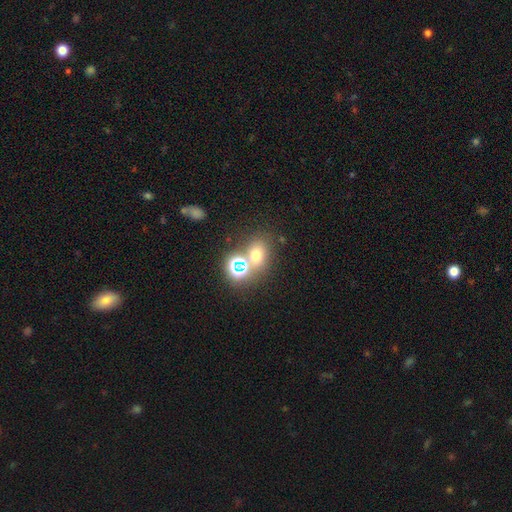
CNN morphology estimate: type=smooth (59%); roundness=round (53%); merging=none (58%).